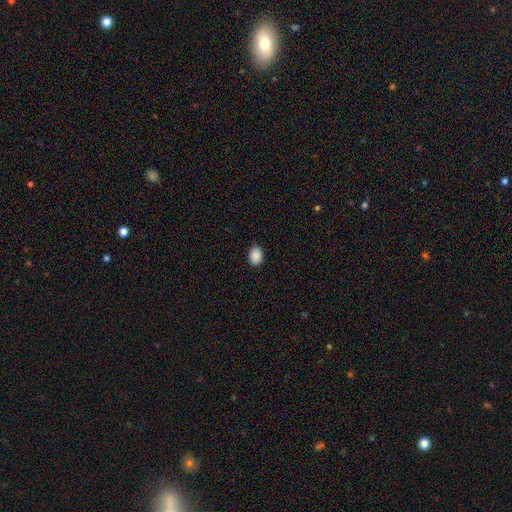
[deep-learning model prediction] smooth-or-featured: smooth: 90% | star or artifact: 8% | featured or disk: 3%
  how-rounded: in between: 74% | round: 25% | cigar-shaped: 1%
  merging: none: 88% | minor disturbance: 9% | major disturbance: 2% | merger: 1%